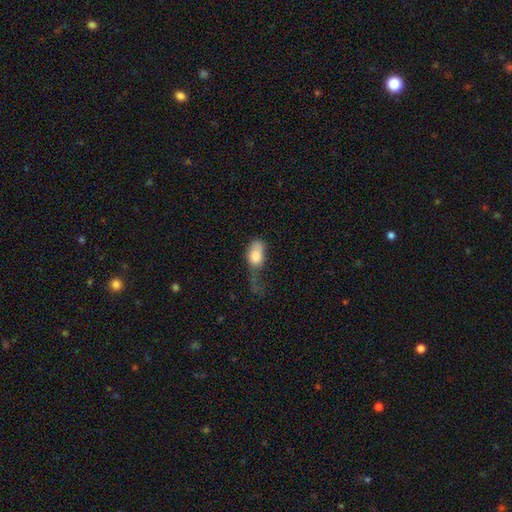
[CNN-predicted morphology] Smooth or featured? smooth (79%)
How rounded? in between (85%)
Merging? major disturbance (49%)